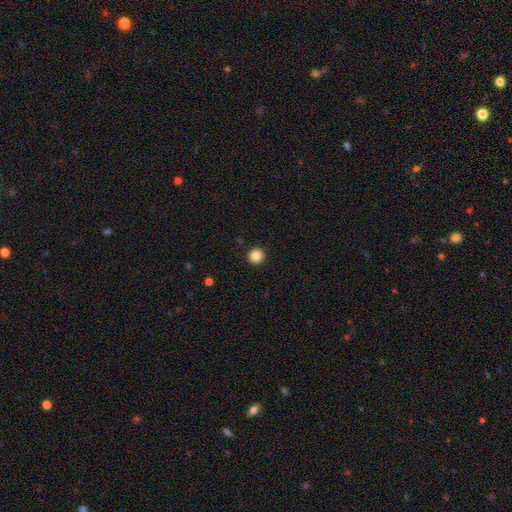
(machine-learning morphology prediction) A smooth galaxy with no disk features (86%) that is round (95%). Merging: none (93%).